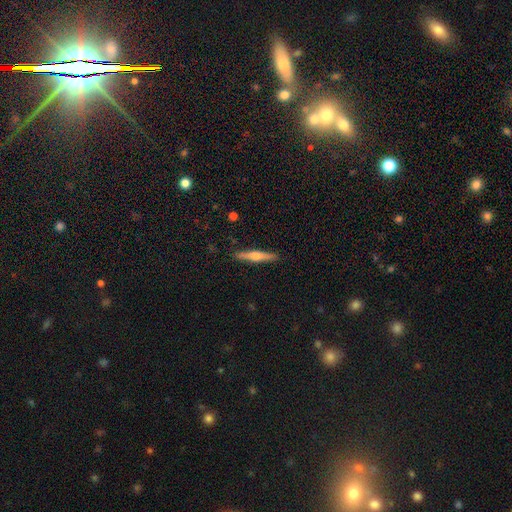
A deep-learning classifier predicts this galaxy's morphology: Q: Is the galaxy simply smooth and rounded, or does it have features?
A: featured or disk — 63%.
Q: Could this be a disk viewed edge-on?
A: yes — 97%.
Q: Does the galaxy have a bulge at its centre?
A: rounded — 90%.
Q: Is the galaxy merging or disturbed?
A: none — 91%.